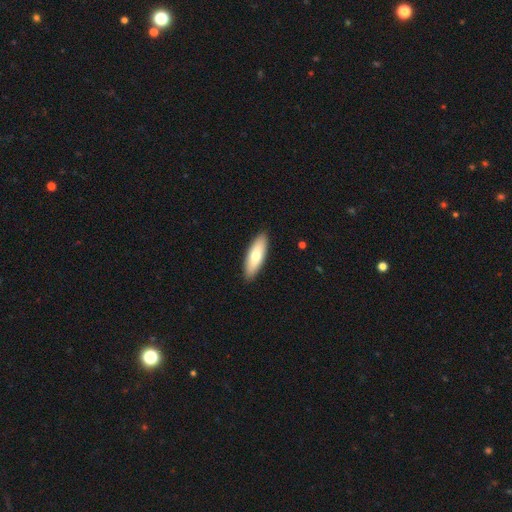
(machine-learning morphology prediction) smooth-or-featured: smooth: 70% | featured or disk: 25% | star or artifact: 5%
  how-rounded: in between: 56% | cigar-shaped: 42% | round: 2%
  merging: none: 90% | minor disturbance: 7% | major disturbance: 1% | merger: 1%